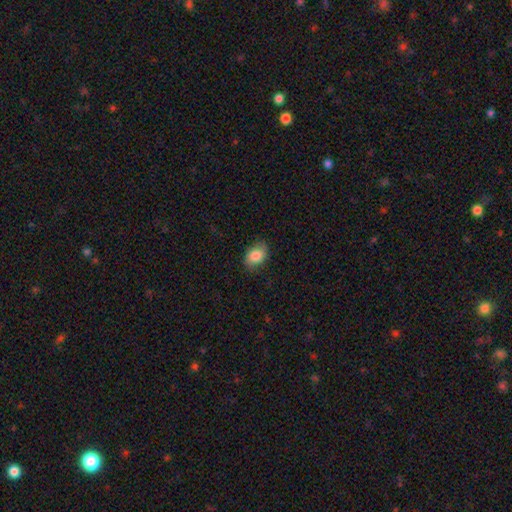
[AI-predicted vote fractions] Overall: smooth (83%). How rounded: in between (80%). Merging: none (80%).